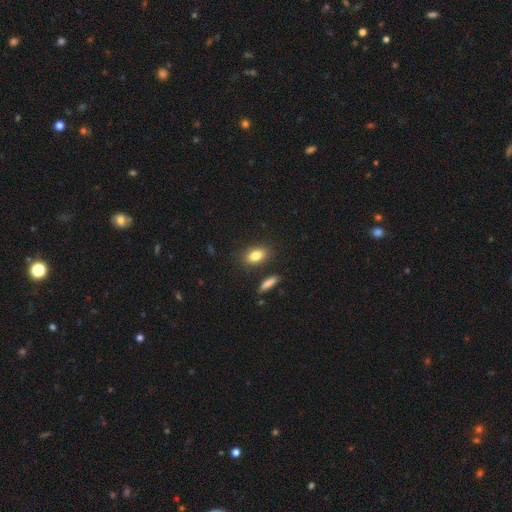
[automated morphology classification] type=smooth (83%); roundness=in between (81%); merging=none (83%).